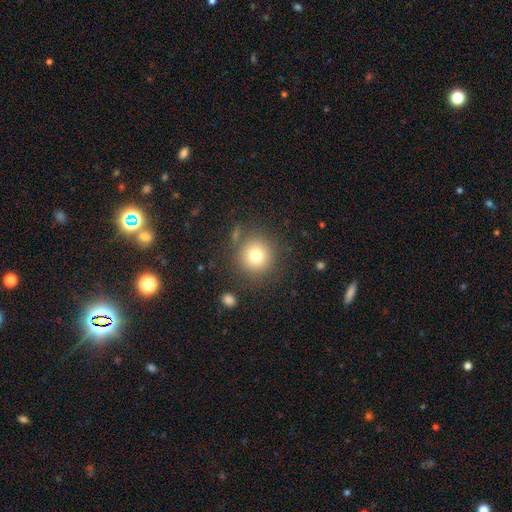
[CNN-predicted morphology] Overall: smooth (76%). How rounded: round (92%). Merging: none (81%).